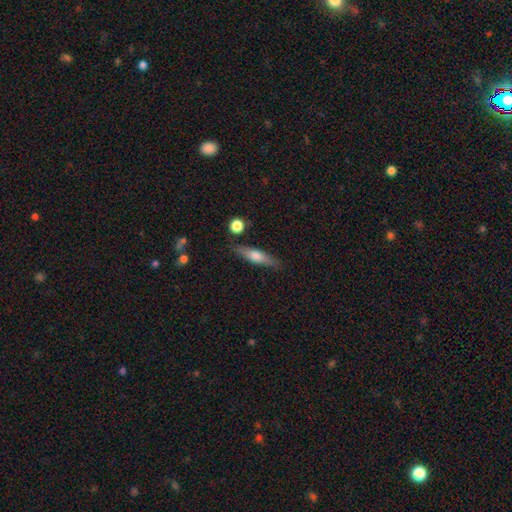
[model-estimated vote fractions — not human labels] Smooth or featured? smooth (47%)
Merging? none (82%)